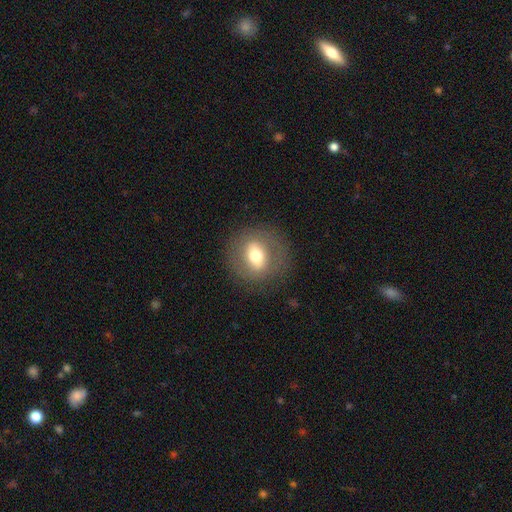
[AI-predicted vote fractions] This appears to be a smooth galaxy with no disk features (54%) that is round (69%). Merging: none (82%).